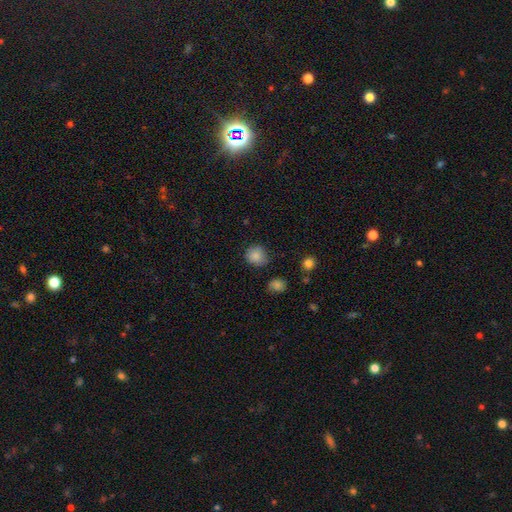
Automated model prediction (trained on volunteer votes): Smooth or featured? Predicted: smooth (p=0.85). How rounded? Predicted: round (p=0.86). Merging? Predicted: none (p=0.79).